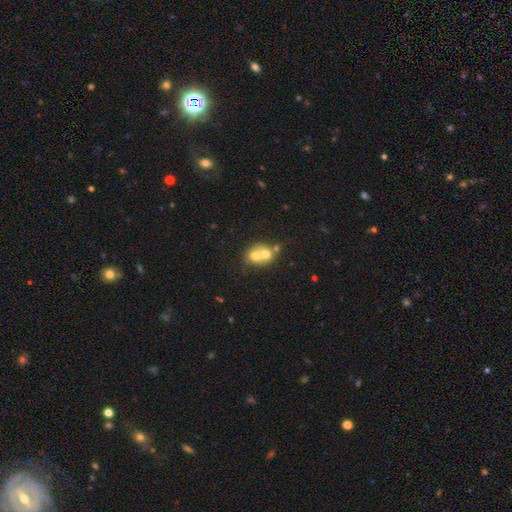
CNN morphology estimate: type=smooth (63%); roundness=round (64%); merging=merger (70%).